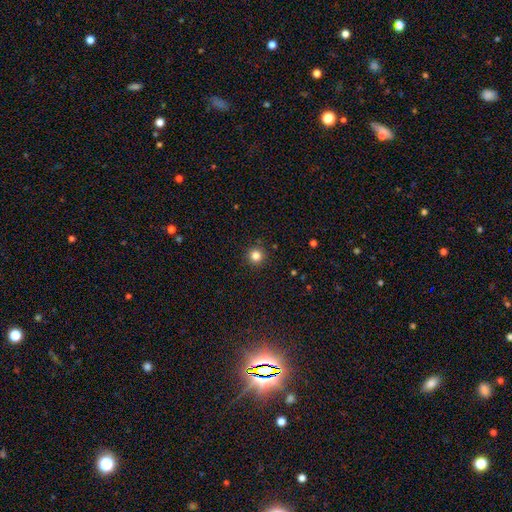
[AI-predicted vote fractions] Morphology: type=smooth (83%); roundness=round (95%); merging=none (91%).